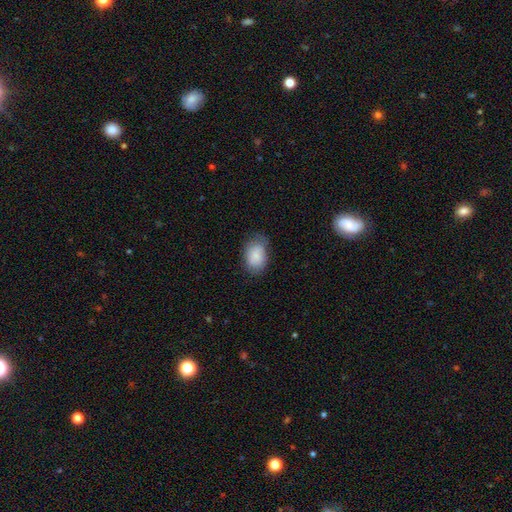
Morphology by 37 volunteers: This appears to be a smooth galaxy with no disk features (89%) that is in between round and cigar-shaped (61%). Merging: none (66%).